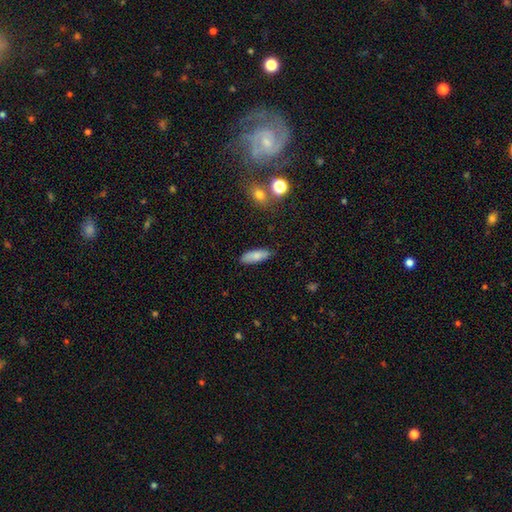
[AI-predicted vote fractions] Smooth or featured?
  - smooth: 81% *
  - featured or disk: 12%
  - star or artifact: 7%
How rounded?
  - in between: 63% *
  - cigar-shaped: 35%
  - round: 2%
Merging?
  - none: 81% *
  - minor disturbance: 14%
  - major disturbance: 3%
  - merger: 2%